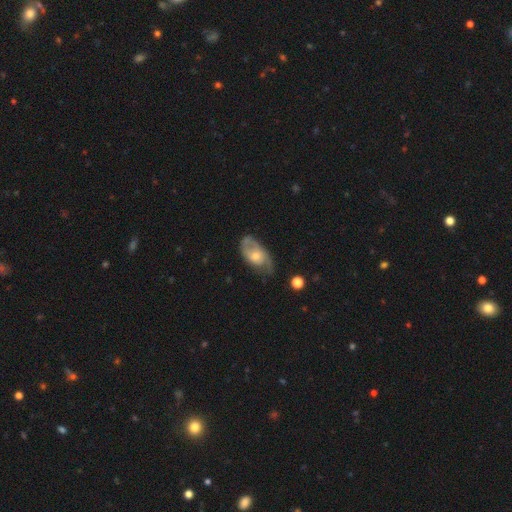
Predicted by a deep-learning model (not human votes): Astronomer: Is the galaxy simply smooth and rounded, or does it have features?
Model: featured or disk — 57% (runner-up: smooth, 37%).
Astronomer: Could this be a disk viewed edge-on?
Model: no — 93%.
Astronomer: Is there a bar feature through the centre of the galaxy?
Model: no — 74%.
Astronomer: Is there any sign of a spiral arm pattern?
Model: yes — 71%.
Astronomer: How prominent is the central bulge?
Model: moderate — 53% (runner-up: small, 40%).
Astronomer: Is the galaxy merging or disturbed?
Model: none — 46% (runner-up: minor disturbance, 33%).